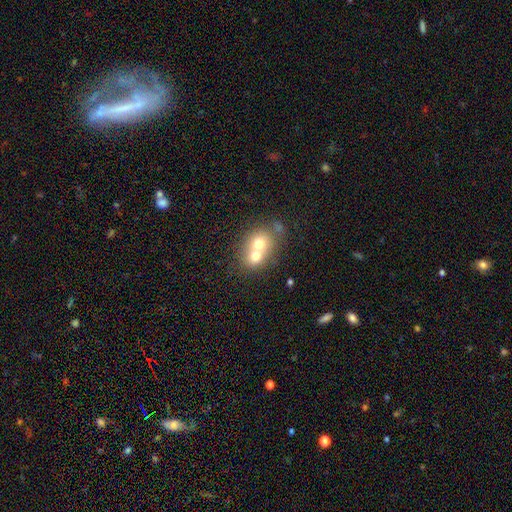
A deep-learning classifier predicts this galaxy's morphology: Smooth or featured? Predicted: smooth (p=0.65). How rounded? Predicted: round (p=0.61). Merging? Predicted: merger (p=0.71).